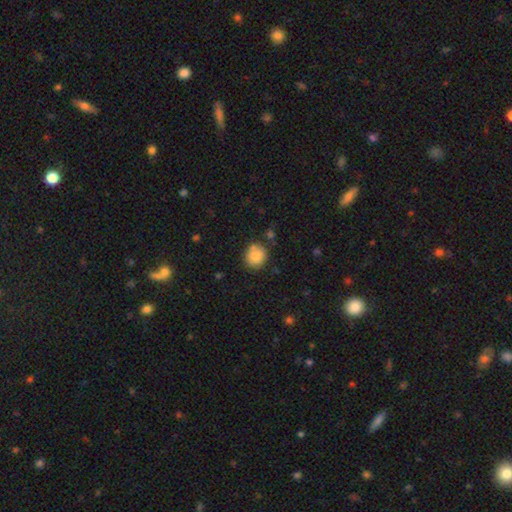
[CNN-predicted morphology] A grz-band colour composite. It shows a smooth galaxy with no disk features (86%) that is round (80%). Merging: none (74%).